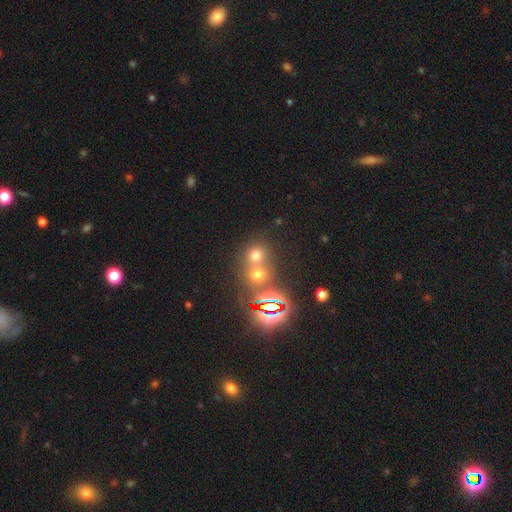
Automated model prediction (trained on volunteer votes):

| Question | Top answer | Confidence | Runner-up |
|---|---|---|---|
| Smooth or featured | smooth | 58% | star or artifact (32%) |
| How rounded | round | 83% | in between (16%) |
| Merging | merger | 46% | none (45%) |